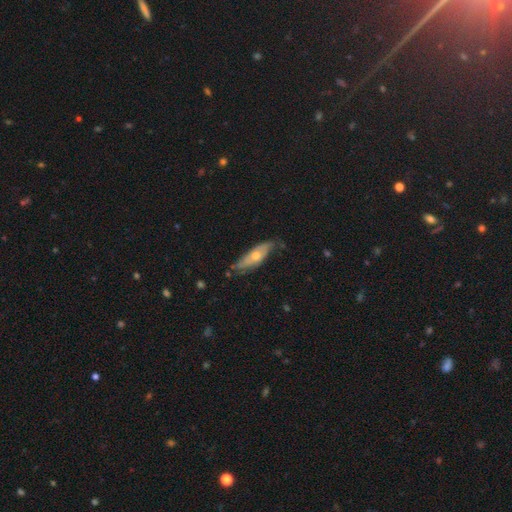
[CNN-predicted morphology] A featured or disk galaxy (53%). Merging: none (62%).